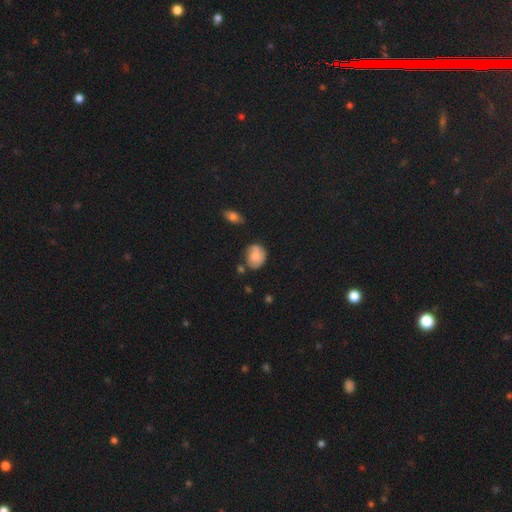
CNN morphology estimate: type=smooth (61%); roundness=round (53%); merging=none (53%).